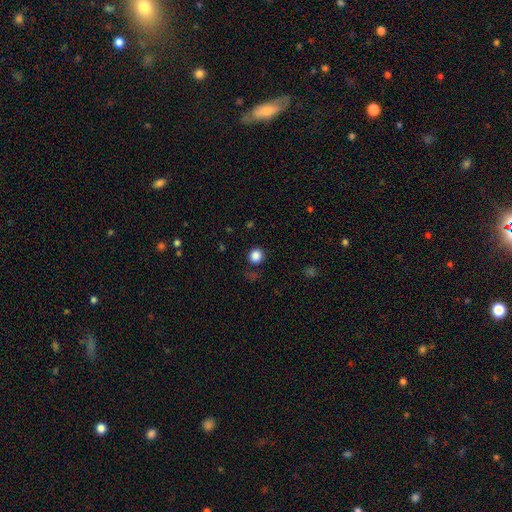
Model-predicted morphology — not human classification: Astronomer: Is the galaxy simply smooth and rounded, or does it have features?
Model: smooth — 85%.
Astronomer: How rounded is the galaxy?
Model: round — 91%.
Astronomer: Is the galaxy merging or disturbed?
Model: none — 86%.